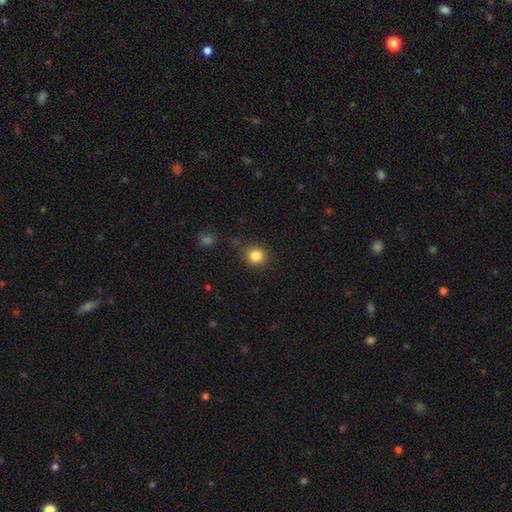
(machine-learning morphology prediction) smooth_or_featured: smooth (p=0.84) [alt: star or artifact p=0.11]
how_rounded: round (p=0.89) [alt: in between p=0.10]
merging: none (p=0.86) [alt: minor disturbance p=0.09]